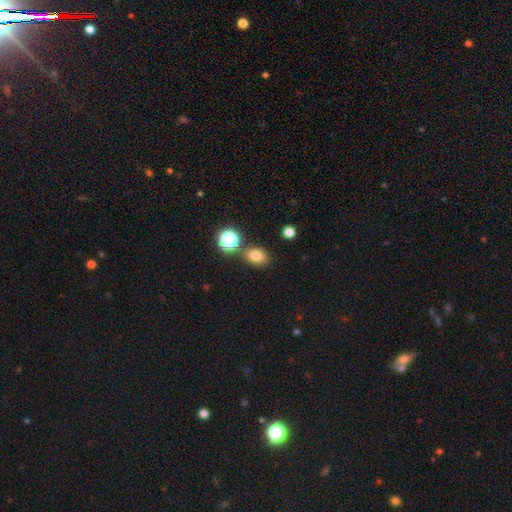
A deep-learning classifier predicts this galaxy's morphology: The model was most divided on "how rounded": in between: 64%, round: 35%, cigar-shaped: 1%. More confident: smooth or featured — smooth (78%); merging — none (75%).